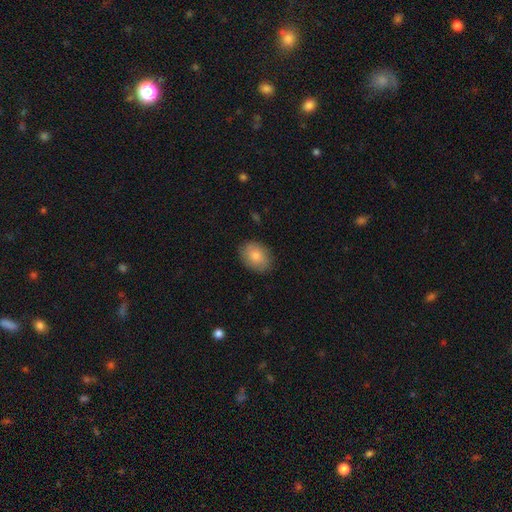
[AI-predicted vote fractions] This is clearly a smooth galaxy (82%). How rounded: likely in between (71%). Merging: clearly none (84%).